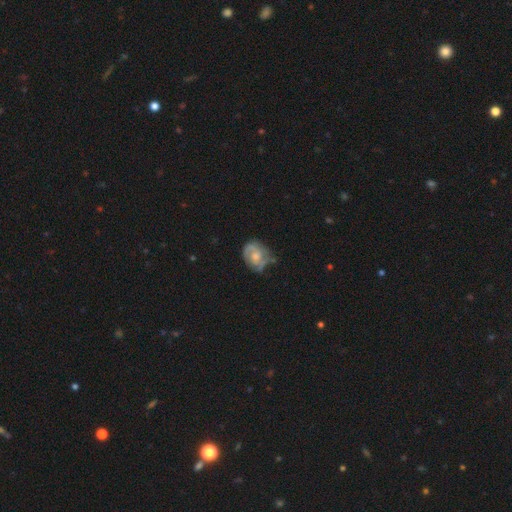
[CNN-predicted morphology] smooth-or-featured: featured or disk: 60% | smooth: 33% | star or artifact: 7%
  disk-edge-on: no: 97% | yes: 3%
    bar: no: 74% | weak: 22% | strong: 3%
    has-spiral-arms: yes: 69% | no: 31%
    bulge-size: moderate: 56% | small: 28% | large: 9% | none: 6% | dominant: 1%
  merging: none: 50% | minor disturbance: 32% | major disturbance: 14% | merger: 4%